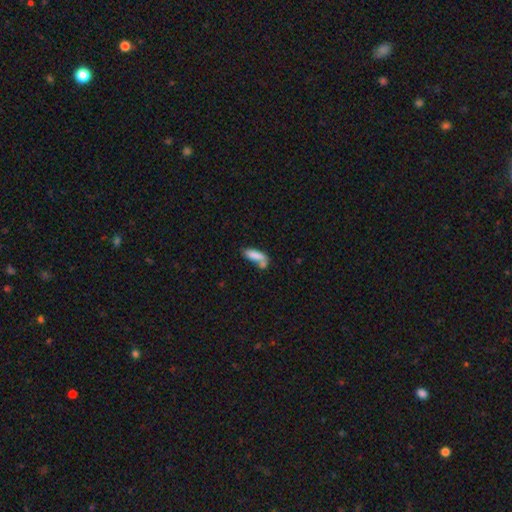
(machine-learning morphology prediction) Smooth or featured? Predicted: smooth (p=0.80). How rounded? Predicted: in between (p=0.57). Merging? Predicted: none (p=0.38).